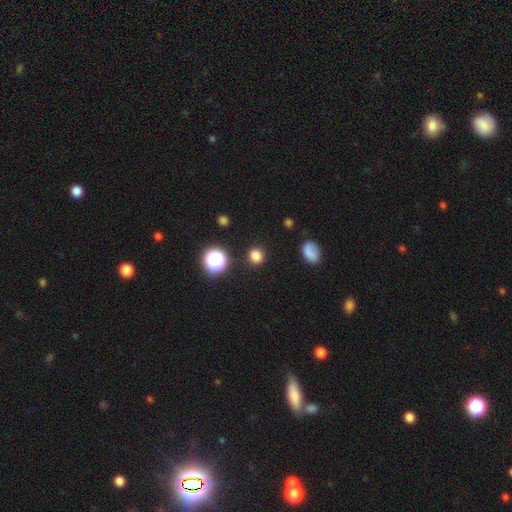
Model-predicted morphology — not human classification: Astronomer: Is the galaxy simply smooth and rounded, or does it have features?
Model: smooth — 80%.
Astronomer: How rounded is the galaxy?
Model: round — 86%.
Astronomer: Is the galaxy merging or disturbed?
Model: none — 89%.